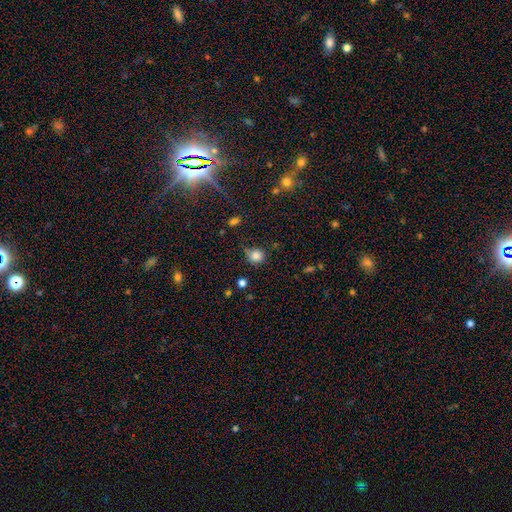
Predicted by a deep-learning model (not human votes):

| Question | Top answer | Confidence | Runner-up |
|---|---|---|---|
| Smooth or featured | smooth | 83% | star or artifact (12%) |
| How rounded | round | 83% | in between (16%) |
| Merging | none | 65% | minor disturbance (25%) |